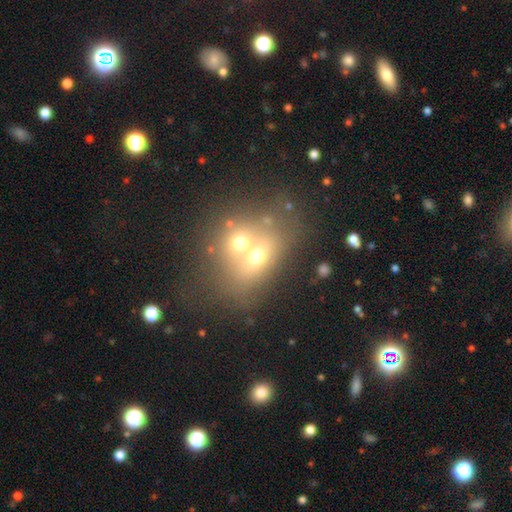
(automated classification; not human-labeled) Smooth or featured: smooth — 52% (featured or disk — 31%)
How rounded: in between — 51% (round — 47%)
Merging: merger — 67% (none — 22%)